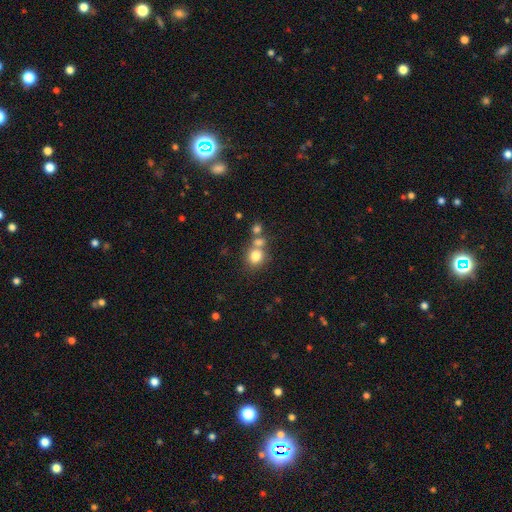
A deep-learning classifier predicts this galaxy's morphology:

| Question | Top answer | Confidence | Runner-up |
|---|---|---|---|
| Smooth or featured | smooth | 78% | star or artifact (11%) |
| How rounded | round | 74% | in between (25%) |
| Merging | none | 49% | merger (37%) |